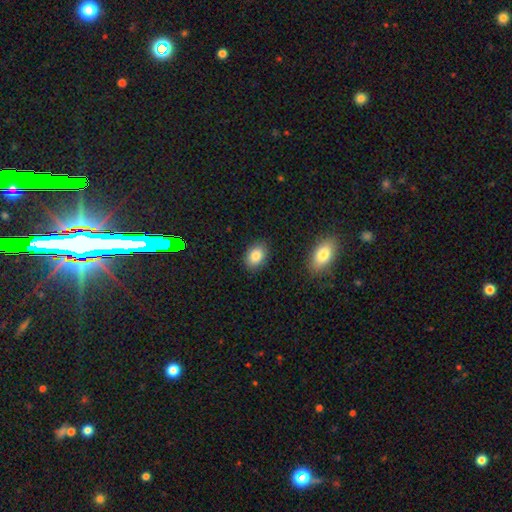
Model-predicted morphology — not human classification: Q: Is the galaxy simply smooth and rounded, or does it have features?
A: smooth — 85%.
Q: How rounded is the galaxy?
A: in between — 78%.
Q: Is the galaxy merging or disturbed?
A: none — 86%.